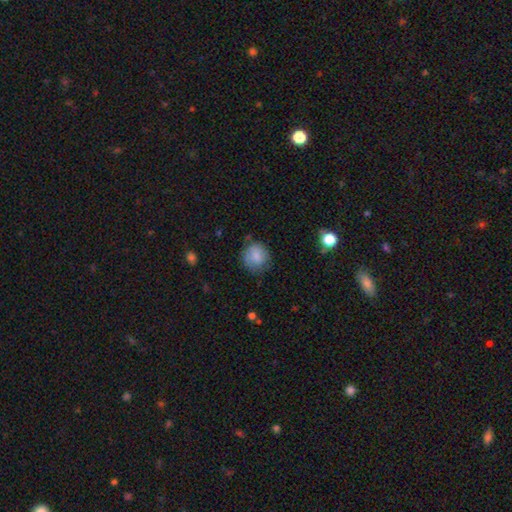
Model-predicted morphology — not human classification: This is clearly a smooth galaxy (82%). How rounded: clearly round (82%). Merging: likely none (71%).